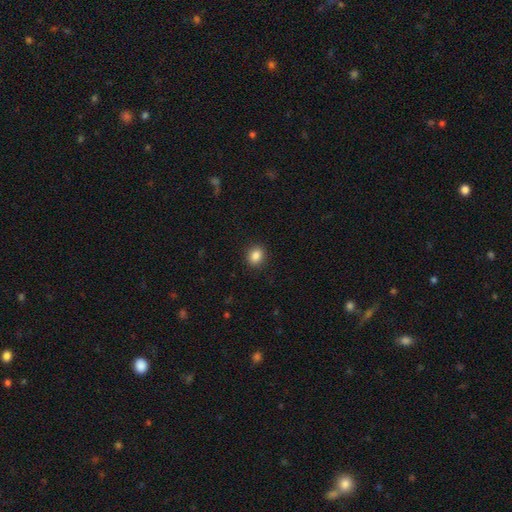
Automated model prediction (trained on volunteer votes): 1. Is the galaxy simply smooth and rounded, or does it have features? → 87% smooth, 10% star or artifact, 4% featured or disk.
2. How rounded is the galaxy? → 59% round, 40% in between, 1% cigar-shaped.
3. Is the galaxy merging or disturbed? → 90% none, 7% minor disturbance, 2% major disturbance, 1% merger.